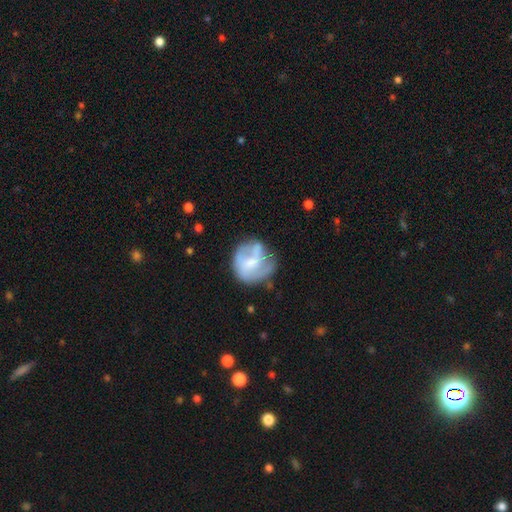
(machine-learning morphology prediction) Overall: featured or disk (51%; smooth 42%). Edge-on disk: no (98%). Bar: no (54%; weak 35%). Spiral arms: yes (52%; no 48%). Bulge size: small (39%; moderate 33%). Merging: none (47%; minor disturbance 24%).